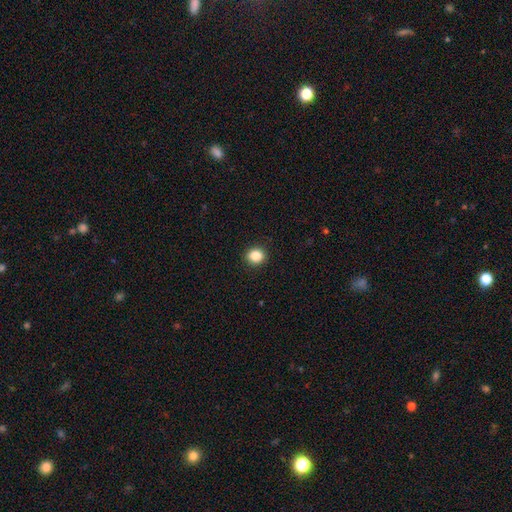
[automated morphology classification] Smooth or featured? Predicted: smooth (p=0.86). How rounded? Predicted: round (p=0.80). Merging? Predicted: none (p=0.92).